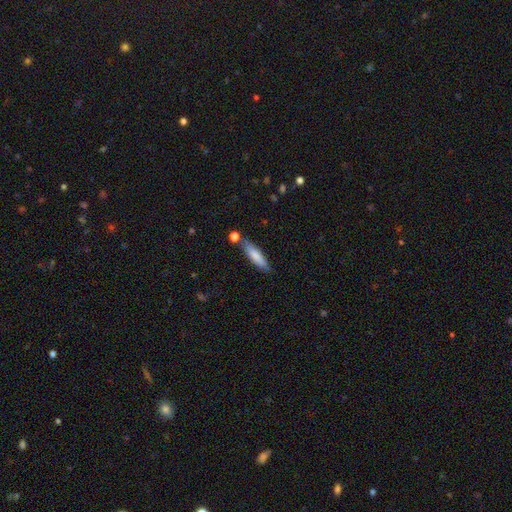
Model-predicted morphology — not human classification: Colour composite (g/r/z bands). It shows a smooth galaxy with no disk features (77%) that is cigar-shaped (76%). Merging: none (71%).